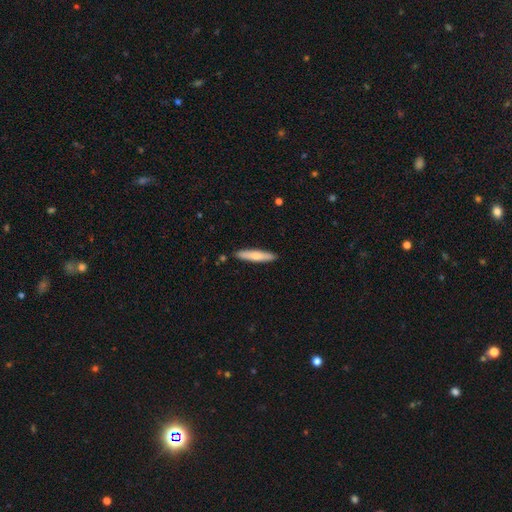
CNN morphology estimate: Smooth or featured: smooth — 67% (featured or disk — 28%)
How rounded: cigar-shaped — 89% (in between — 10%)
Merging: none — 89% (minor disturbance — 8%)